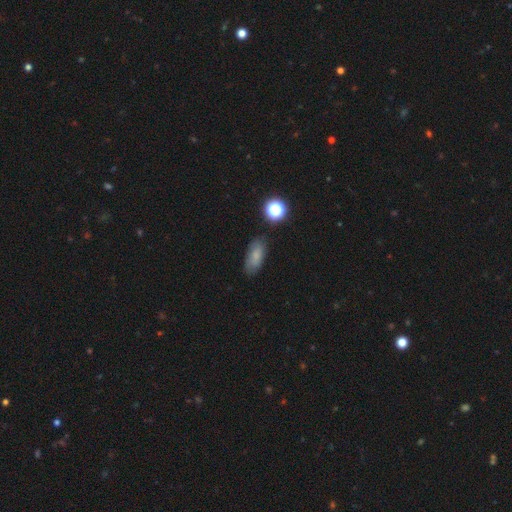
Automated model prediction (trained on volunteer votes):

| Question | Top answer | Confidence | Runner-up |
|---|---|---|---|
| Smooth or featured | smooth | 78% | featured or disk (12%) |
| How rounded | in between | 85% | cigar-shaped (11%) |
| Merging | none | 78% | minor disturbance (16%) |